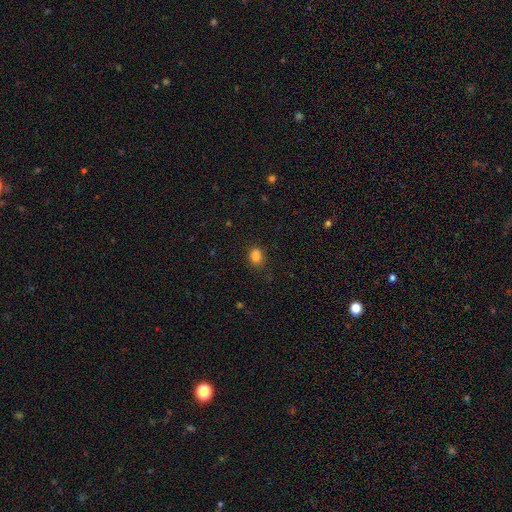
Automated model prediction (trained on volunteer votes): smooth 84%, star or artifact 12%, featured or disk 4%. Down the decision tree: how rounded — in between (69%); merging — none (82%).